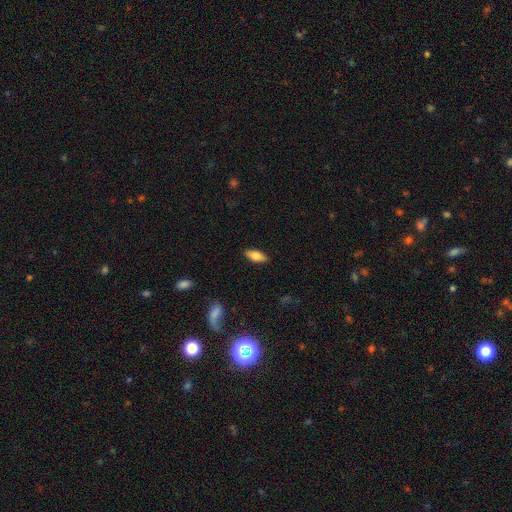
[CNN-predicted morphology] This appears to be a smooth galaxy with no disk features (75%) that is in between round and cigar-shaped (82%). Merging: none (88%).